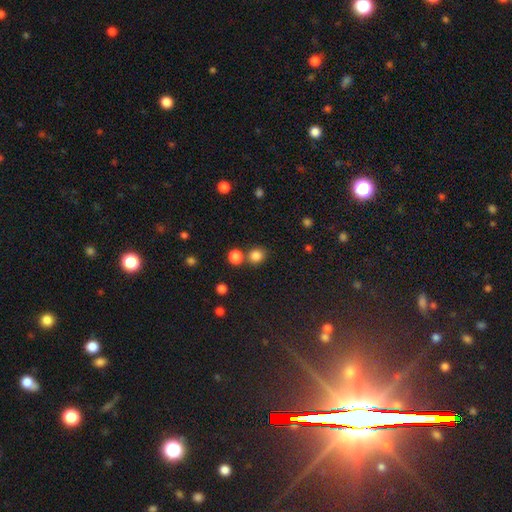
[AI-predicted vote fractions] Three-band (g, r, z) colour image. It shows a smooth galaxy with no disk features (83%) that is round (77%). Merging: none (71%).